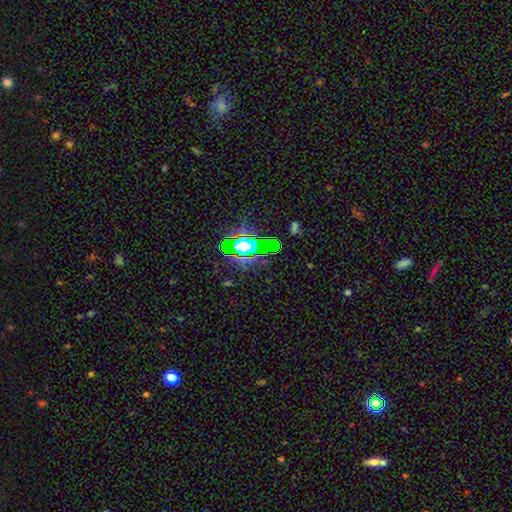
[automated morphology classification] smooth-or-featured: star or artifact: 64% | smooth: 22% | featured or disk: 14%